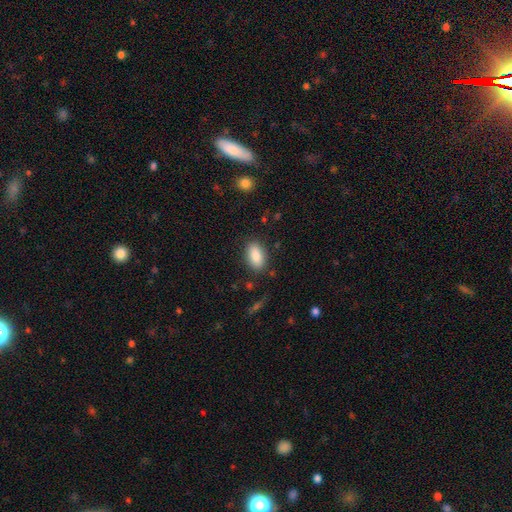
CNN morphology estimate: smooth 87%, star or artifact 7%, featured or disk 6%. Down the decision tree: how rounded — in between (90%); merging — none (84%).